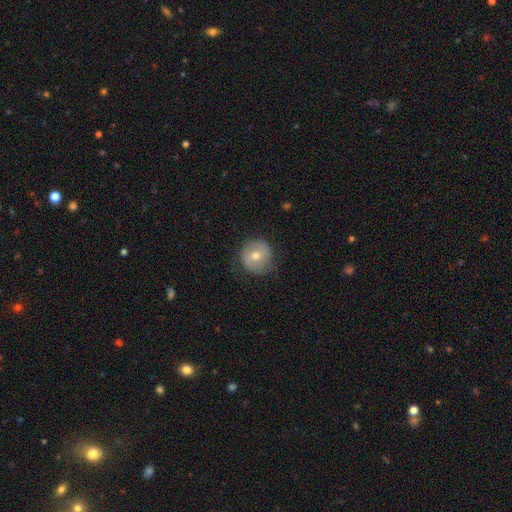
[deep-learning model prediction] Smooth or featured?
  - smooth: 61% *
  - featured or disk: 31%
  - star or artifact: 9%
How rounded?
  - round: 92% *
  - in between: 7%
  - cigar-shaped: 1%
Merging?
  - none: 78% *
  - minor disturbance: 17%
  - major disturbance: 4%
  - merger: 1%